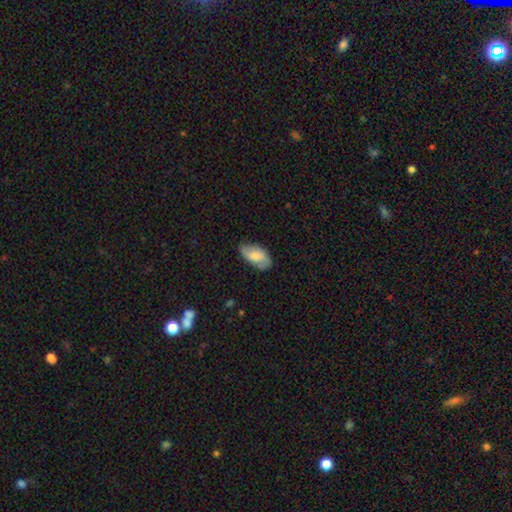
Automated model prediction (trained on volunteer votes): smooth 63%, featured or disk 31%, star or artifact 7%. Down the decision tree: how rounded — in between (94%); merging — none (73%).